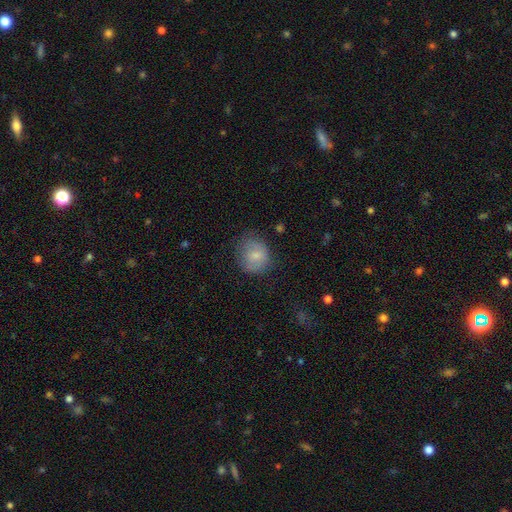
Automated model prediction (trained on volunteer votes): This is likely a smooth galaxy (75%). How rounded: likely round (73%). Merging: likely none (65%).